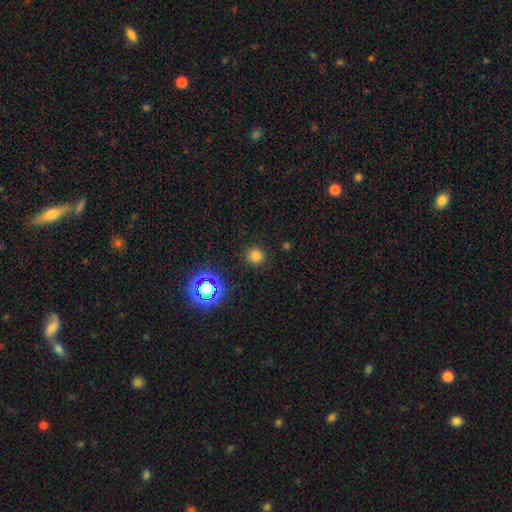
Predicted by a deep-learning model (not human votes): This is likely a smooth galaxy (74%). How rounded: clearly round (94%). Merging: clearly none (90%).